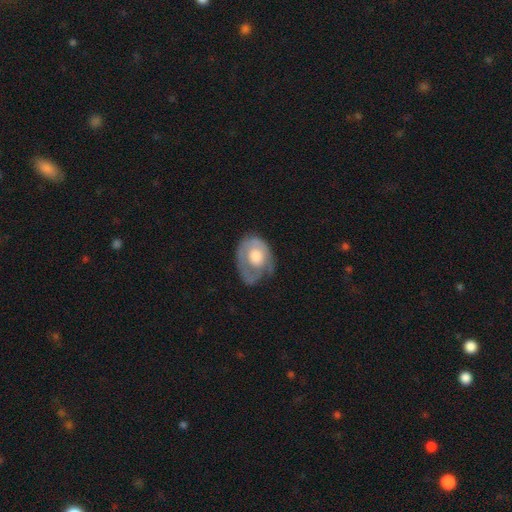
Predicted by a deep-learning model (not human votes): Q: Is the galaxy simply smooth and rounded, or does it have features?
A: featured or disk — 56%.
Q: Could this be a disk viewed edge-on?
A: no — 96%.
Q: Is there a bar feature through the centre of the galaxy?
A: no — 86%.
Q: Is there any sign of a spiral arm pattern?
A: no — 51%.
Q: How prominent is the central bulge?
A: large — 47%.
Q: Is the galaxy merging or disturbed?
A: none — 47%.